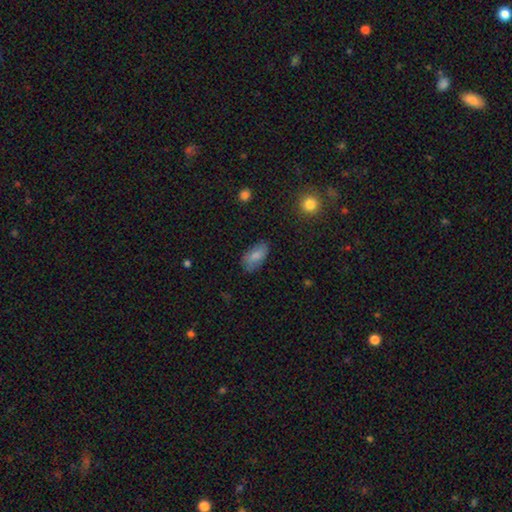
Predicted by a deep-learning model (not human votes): smooth-or-featured: smooth: 81% | featured or disk: 11% | star or artifact: 7%
  how-rounded: in between: 93% | cigar-shaped: 4% | round: 3%
  merging: none: 74% | minor disturbance: 19% | major disturbance: 5% | merger: 2%